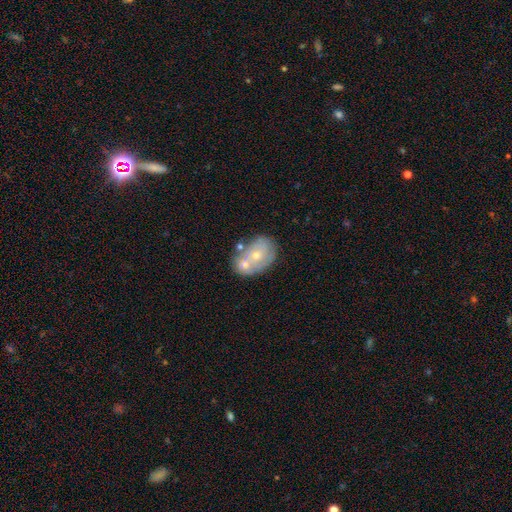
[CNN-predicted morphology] smooth-or-featured: smooth: 50% | featured or disk: 43% | star or artifact: 8%
  merging: merger: 43% | none: 36% | minor disturbance: 16% | major disturbance: 6%